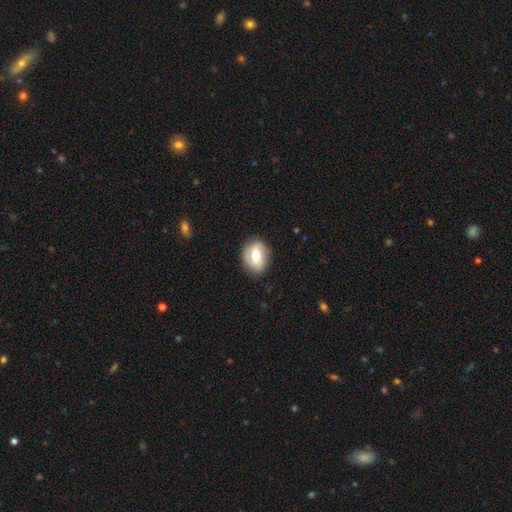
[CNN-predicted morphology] The model was most divided on "how rounded": in between: 61%, round: 37%, cigar-shaped: 1%. More confident: merging — none (82%); smooth or featured — smooth (60%).